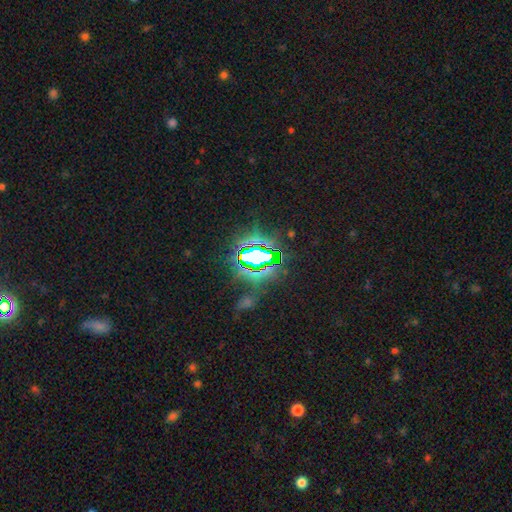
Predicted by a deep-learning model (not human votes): Overall: star or artifact (76%).